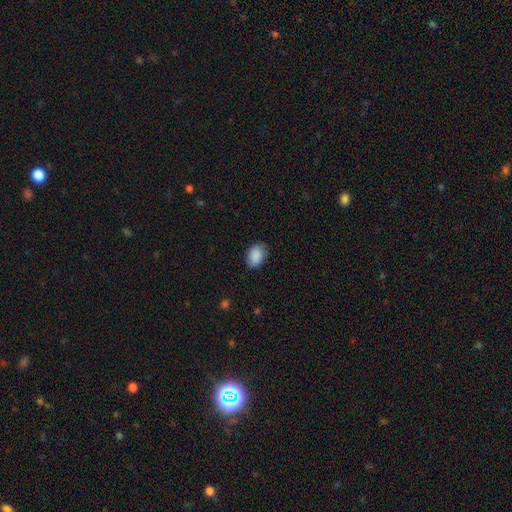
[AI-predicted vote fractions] smooth_or_featured: smooth (p=0.89) [alt: star or artifact p=0.07]
how_rounded: in between (p=0.75) [alt: round p=0.24]
merging: none (p=0.81) [alt: minor disturbance p=0.15]